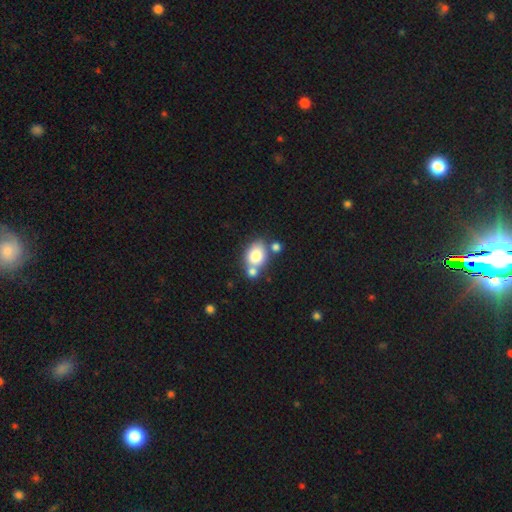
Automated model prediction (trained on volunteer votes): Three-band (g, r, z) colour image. It shows a smooth galaxy with no disk features (77%) that is in between round and cigar-shaped (59%). Merging: none (48%).